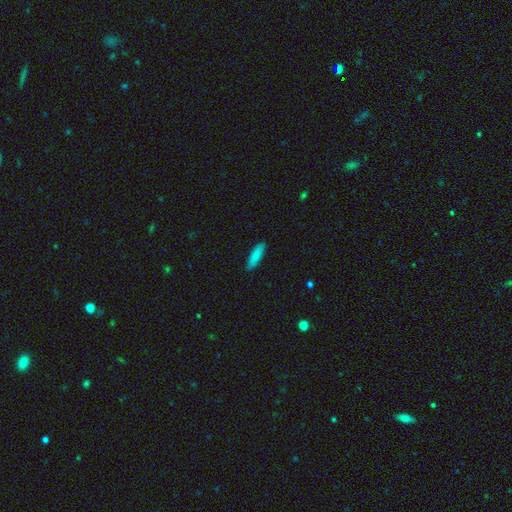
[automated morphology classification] type=smooth (85%); roundness=cigar-shaped (63%); merging=none (89%).